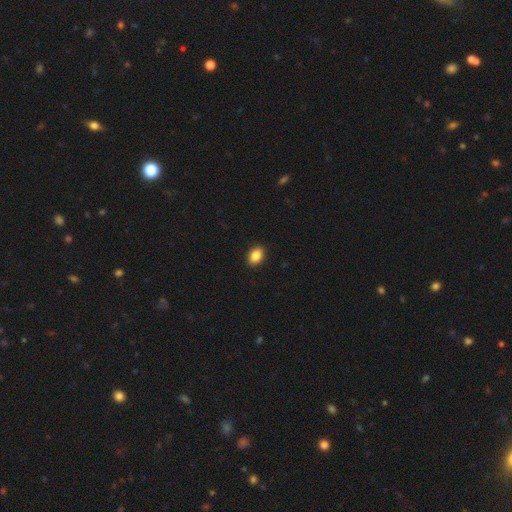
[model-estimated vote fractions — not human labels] smooth-or-featured: smooth: 88% | star or artifact: 8% | featured or disk: 4%
  how-rounded: in between: 83% | round: 15% | cigar-shaped: 1%
  merging: none: 91% | minor disturbance: 7% | major disturbance: 2% | merger: 1%